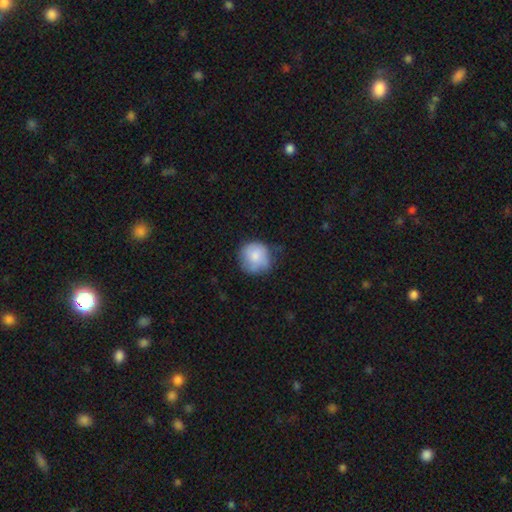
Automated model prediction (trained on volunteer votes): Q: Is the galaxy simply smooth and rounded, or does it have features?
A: smooth — 75%.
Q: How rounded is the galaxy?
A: round — 87%.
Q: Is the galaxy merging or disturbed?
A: none — 60%.